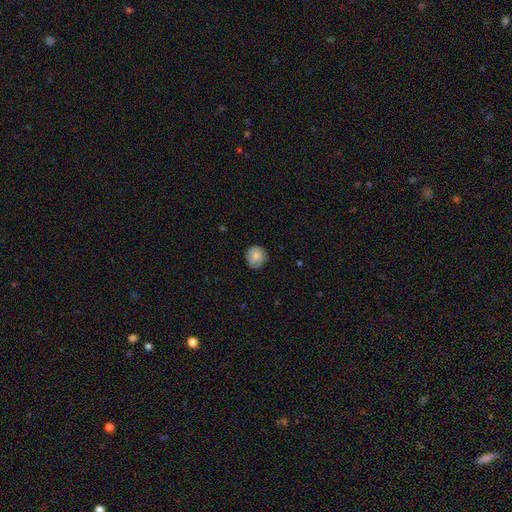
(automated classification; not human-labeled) This appears to be a smooth galaxy with no disk features (82%) that is round (88%). Merging: none (80%).